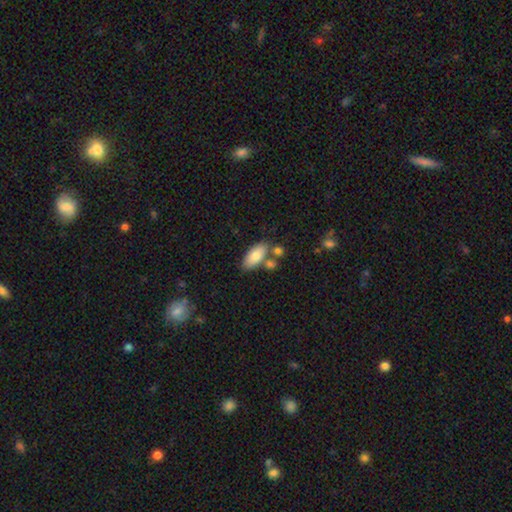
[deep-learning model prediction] Smooth or featured? Predicted: smooth (p=0.80). How rounded? Predicted: in between (p=0.87). Merging? Predicted: none (p=0.67).